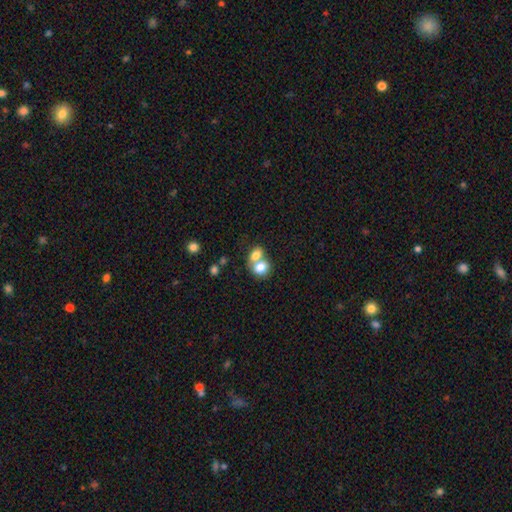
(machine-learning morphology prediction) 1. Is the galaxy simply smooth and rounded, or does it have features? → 76% smooth, 15% featured or disk, 9% star or artifact.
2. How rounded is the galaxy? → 56% in between, 42% round, 1% cigar-shaped.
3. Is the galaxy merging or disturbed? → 66% merger, 25% none, 6% minor disturbance, 3% major disturbance.